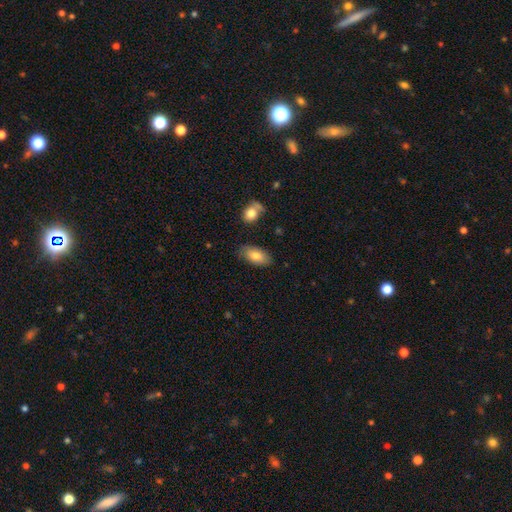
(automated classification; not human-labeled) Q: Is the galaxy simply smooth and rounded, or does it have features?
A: smooth — 79%.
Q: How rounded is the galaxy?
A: in between — 93%.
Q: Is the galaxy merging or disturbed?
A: none — 79%.